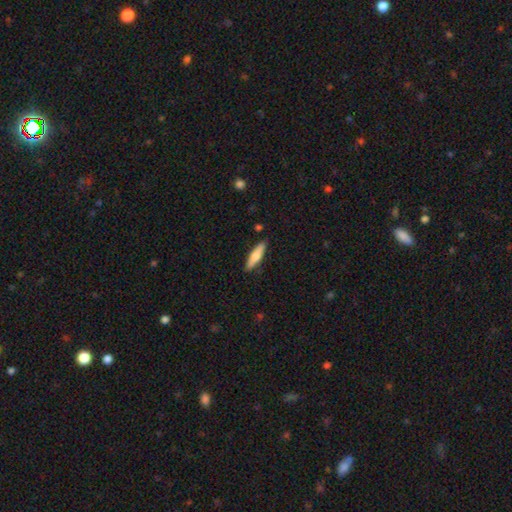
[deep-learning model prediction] smooth_or_featured: smooth (p=0.64) [alt: featured or disk p=0.31]
how_rounded: cigar-shaped (p=0.73) [alt: in between p=0.25]
merging: none (p=0.88) [alt: minor disturbance p=0.09]